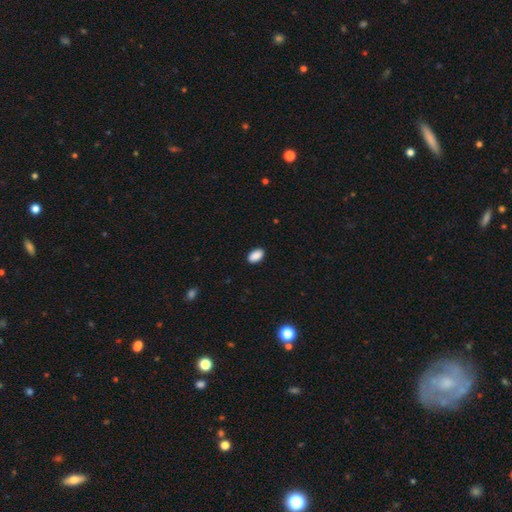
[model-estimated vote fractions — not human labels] Q: Smooth or featured?
A: smooth (90%); runner-up: star or artifact (7%)
Q: How rounded?
A: in between (92%); runner-up: round (6%)
Q: Merging?
A: none (90%); runner-up: minor disturbance (8%)